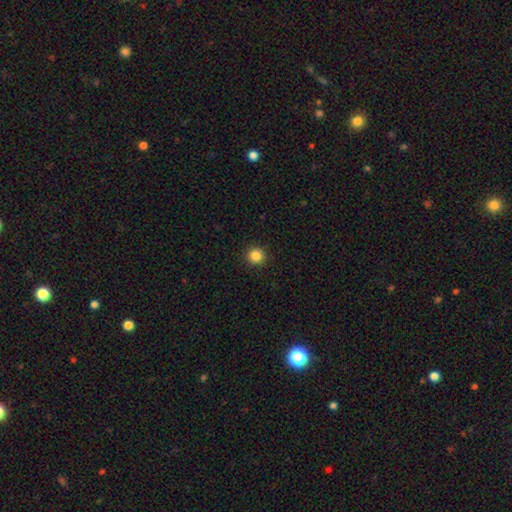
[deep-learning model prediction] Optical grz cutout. It shows a smooth galaxy with no disk features (85%) that is round (95%). Merging: none (93%).